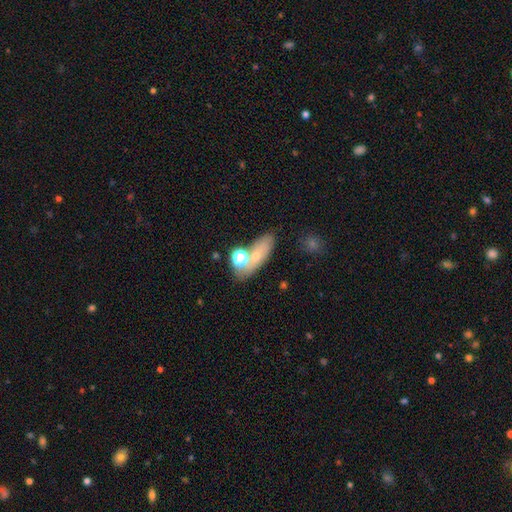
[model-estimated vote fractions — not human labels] A smooth galaxy with no disk features (62%) that is in between round and cigar-shaped (64%). Merging: none (59%).